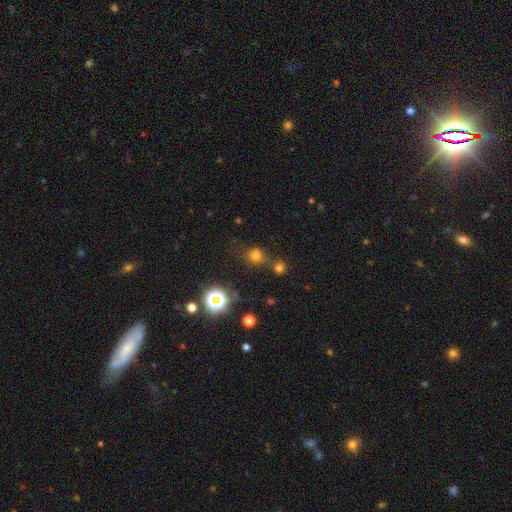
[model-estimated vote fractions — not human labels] The model was most divided on "smooth or featured": smooth: 63%, star or artifact: 29%, featured or disk: 8%. More confident: how rounded — round (79%); merging — none (64%).